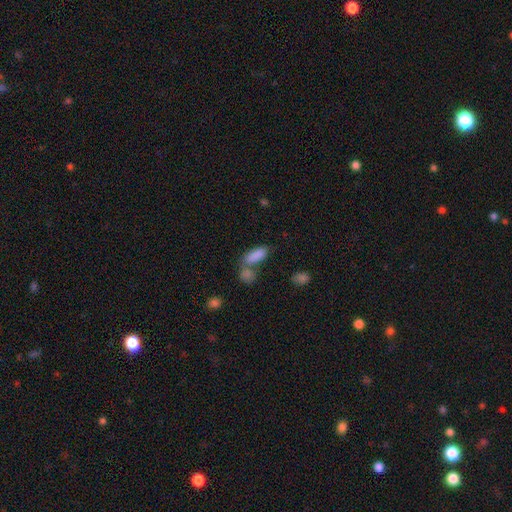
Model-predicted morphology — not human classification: This is clearly a smooth galaxy (85%). How rounded: likely in between (74%). Merging: possibly none (46%).